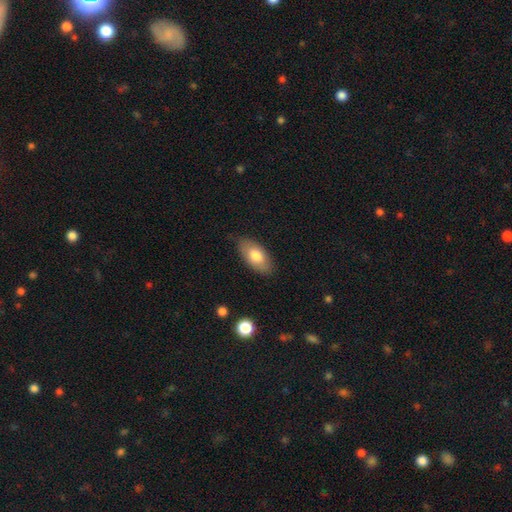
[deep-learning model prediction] smooth_or_featured: smooth (p=0.75) [alt: featured or disk p=0.19]
how_rounded: in between (p=0.92) [alt: cigar-shaped p=0.05]
merging: none (p=0.82) [alt: minor disturbance p=0.14]